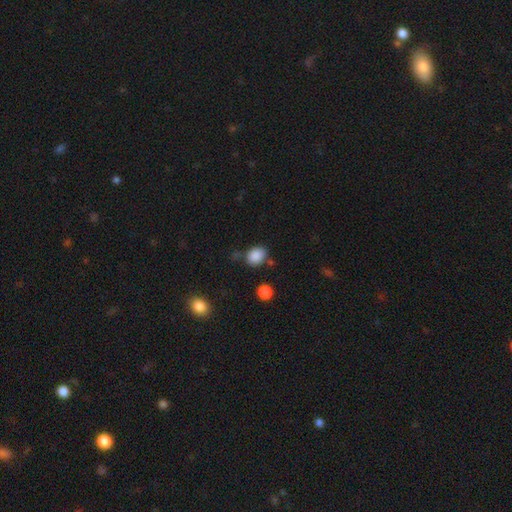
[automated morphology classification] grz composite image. It shows a smooth galaxy with no disk features (86%) that is round (50%). Merging: none (70%).